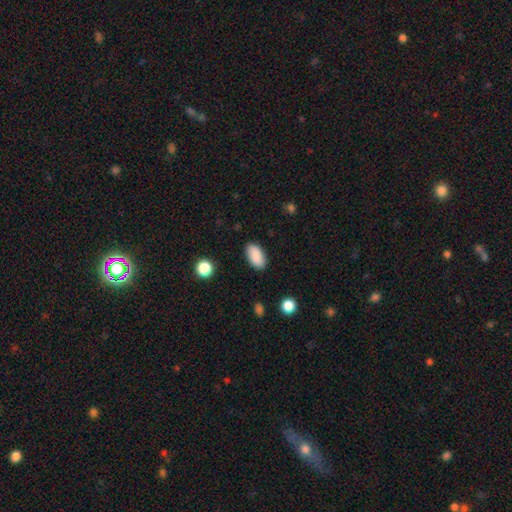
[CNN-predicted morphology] Overall: smooth (88%). How rounded: in between (94%). Merging: none (86%).